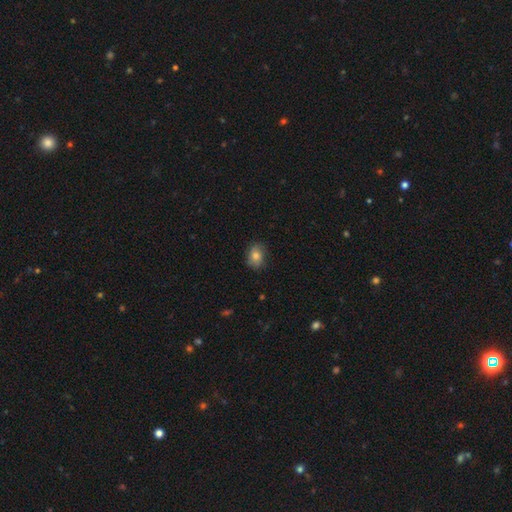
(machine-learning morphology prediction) Smooth or featured?
  - smooth: 73% *
  - featured or disk: 18%
  - star or artifact: 10%
How rounded?
  - in between: 63% *
  - round: 36%
  - cigar-shaped: 1%
Merging?
  - none: 76% *
  - minor disturbance: 19%
  - major disturbance: 5%
  - merger: 1%